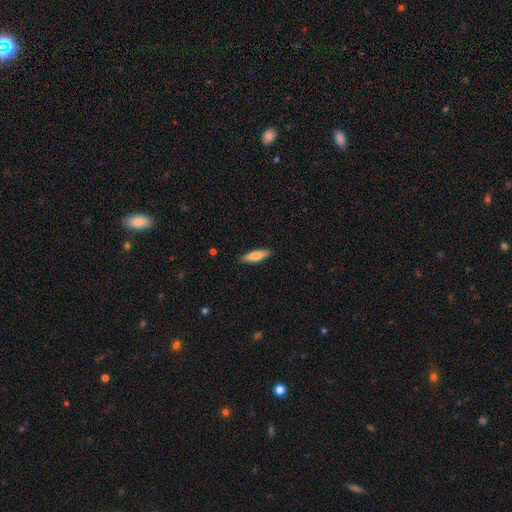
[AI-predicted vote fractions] A smooth galaxy with no disk features (72%) that is cigar-shaped (64%). Merging: none (88%).